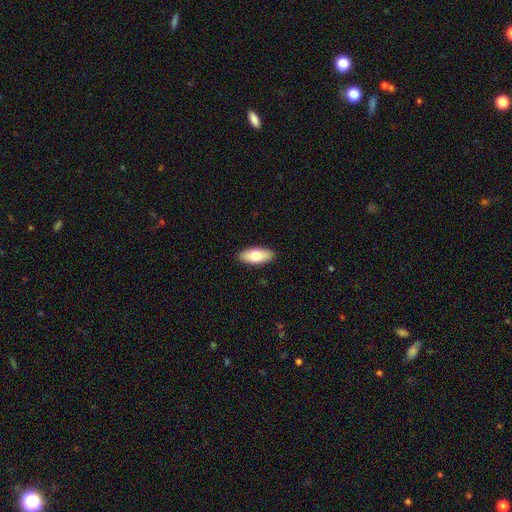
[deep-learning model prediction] Smooth or featured: smooth — 77% (featured or disk — 18%)
How rounded: in between — 85% (cigar-shaped — 12%)
Merging: none — 90% (minor disturbance — 7%)